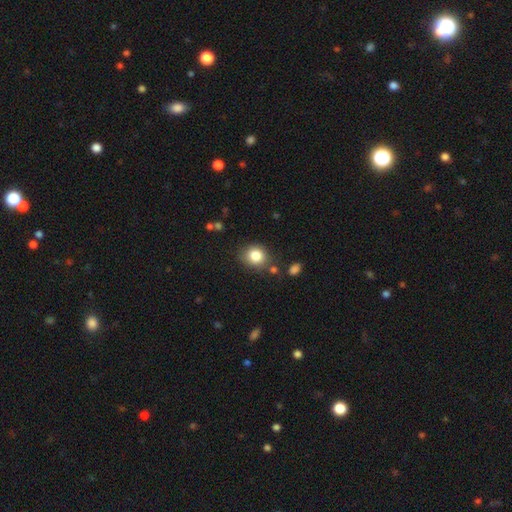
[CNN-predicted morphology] Smooth or featured? Predicted: smooth (p=0.84). How rounded? Predicted: round (p=0.72). Merging? Predicted: none (p=0.76).